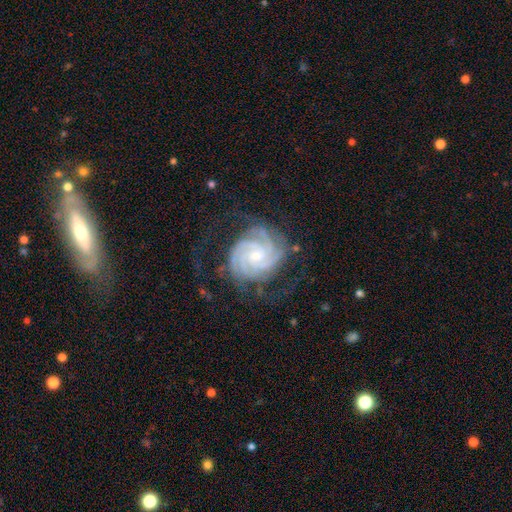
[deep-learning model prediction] This appears to be a featured or disk galaxy (92%) with no bar (59%), 4 (34%) tight (77%) spiral arms (99%) and a small central bulge (63%). Merging: none (70%).